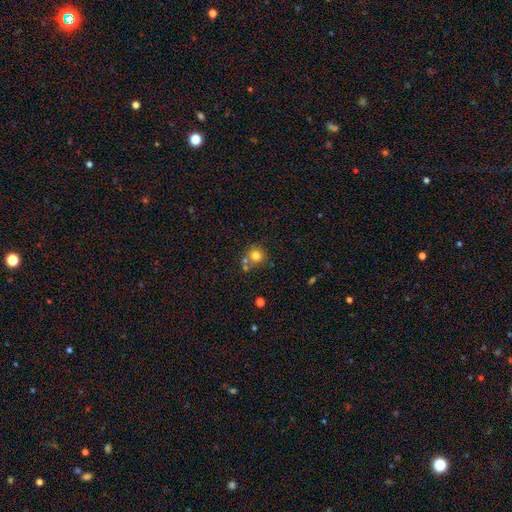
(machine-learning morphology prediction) smooth 77%, star or artifact 13%, featured or disk 10%. Down the decision tree: how rounded — round (88%); merging — none (63%).